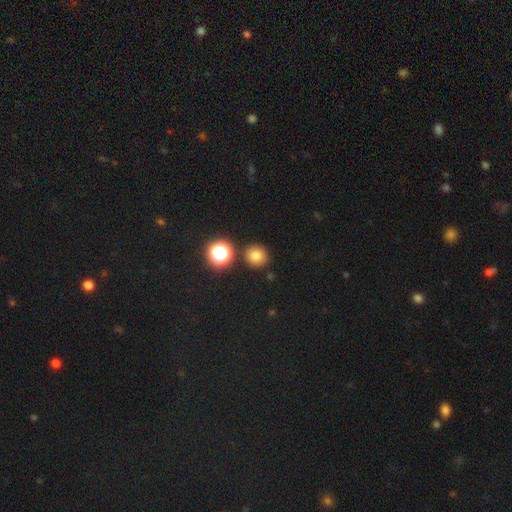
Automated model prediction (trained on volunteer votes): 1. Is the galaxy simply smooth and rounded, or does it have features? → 77% smooth, 16% star or artifact, 7% featured or disk.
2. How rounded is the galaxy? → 92% round, 7% in between, 1% cigar-shaped.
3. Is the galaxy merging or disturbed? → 86% none, 7% minor disturbance, 5% merger, 2% major disturbance.